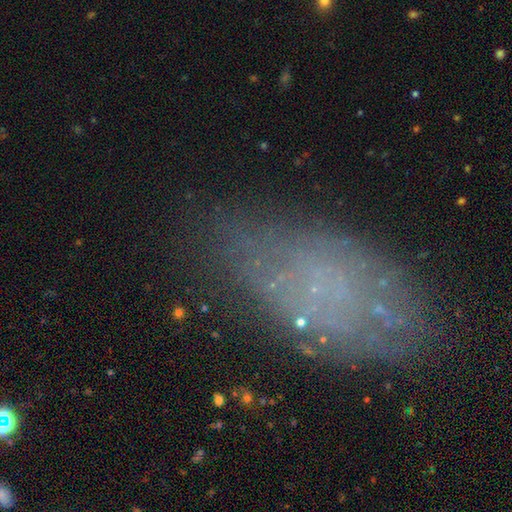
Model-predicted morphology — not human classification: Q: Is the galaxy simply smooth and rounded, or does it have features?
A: smooth — 41%.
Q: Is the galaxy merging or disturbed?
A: none — 65%.